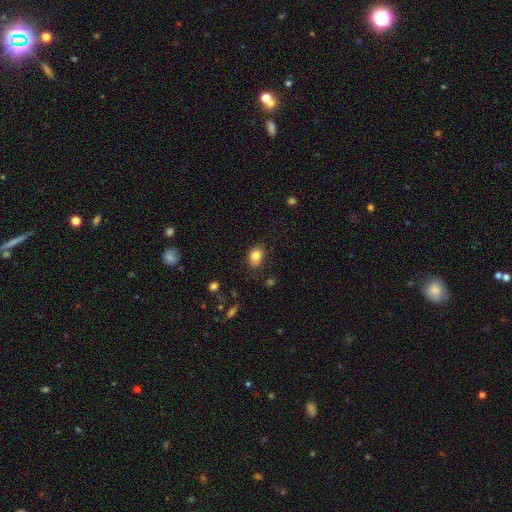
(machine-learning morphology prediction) Smooth or featured?
  - smooth: 82% *
  - star or artifact: 10%
  - featured or disk: 8%
How rounded?
  - in between: 64% *
  - round: 35%
  - cigar-shaped: 1%
Merging?
  - none: 79% *
  - minor disturbance: 16%
  - major disturbance: 3%
  - merger: 2%